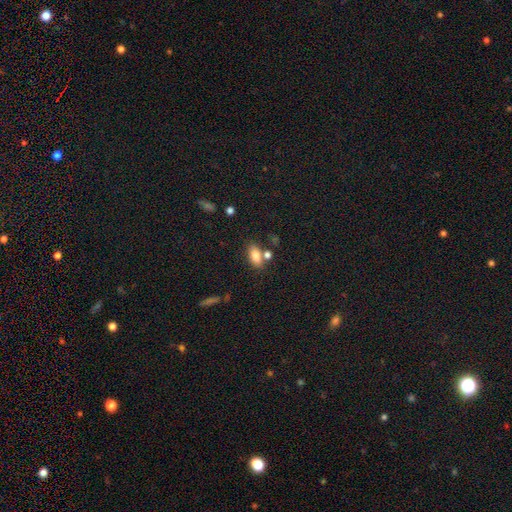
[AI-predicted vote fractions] Smooth or featured: smooth — 82% (star or artifact — 9%)
How rounded: in between — 87% (cigar-shaped — 8%)
Merging: none — 64% (merger — 19%)